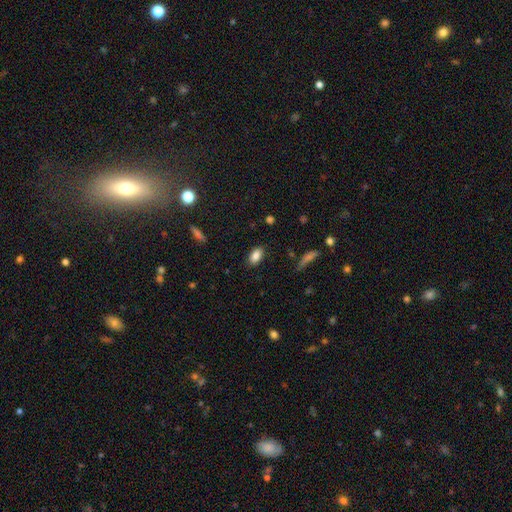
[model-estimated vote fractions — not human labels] A smooth galaxy with no disk features (85%) that is in between round and cigar-shaped (91%).

Vote fractions:
- Smooth or featured? smooth: 85% / star or artifact: 8% / featured or disk: 7%
- How rounded? in between: 91% / round: 6% / cigar-shaped: 3%
- Merging? none: 86% / minor disturbance: 10% / major disturbance: 3% / merger: 1%